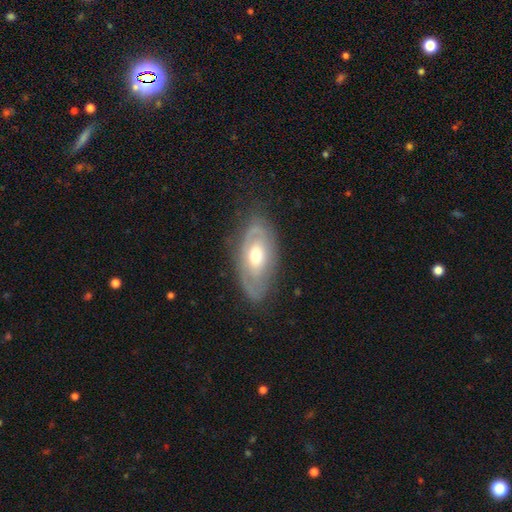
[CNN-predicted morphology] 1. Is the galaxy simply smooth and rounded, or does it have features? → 69% featured or disk, 25% smooth, 6% star or artifact.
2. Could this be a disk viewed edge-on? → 90% no, 10% yes.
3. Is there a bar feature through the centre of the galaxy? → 75% no, 20% weak, 5% strong.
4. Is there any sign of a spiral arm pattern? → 64% yes, 36% no.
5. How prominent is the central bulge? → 71% moderate, 18% small, 9% large, 1% dominant, 1% none.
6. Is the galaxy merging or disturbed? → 75% none, 18% minor disturbance, 6% major disturbance, 1% merger.